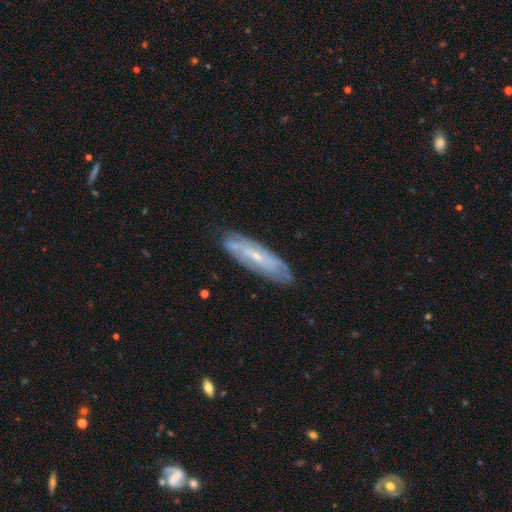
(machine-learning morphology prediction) smooth_or_featured: featured or disk (p=0.68) [alt: smooth p=0.25]
disk_edge_on: no (p=0.68) [alt: yes p=0.32]
merging: none (p=0.79) [alt: minor disturbance p=0.16]